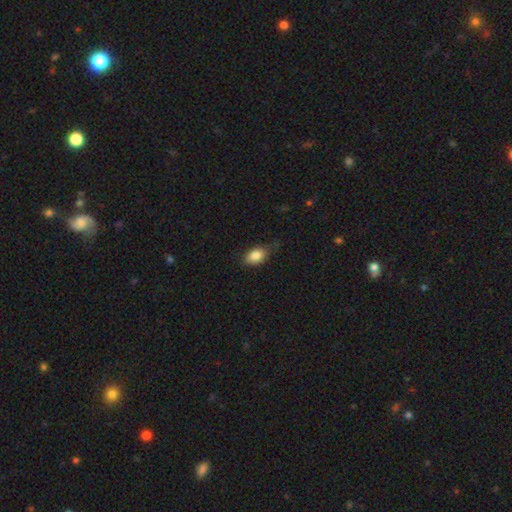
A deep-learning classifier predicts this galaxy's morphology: Q: Smooth or featured?
A: smooth (85%); runner-up: star or artifact (8%)
Q: How rounded?
A: in between (87%); runner-up: round (11%)
Q: Merging?
A: none (63%); runner-up: minor disturbance (29%)